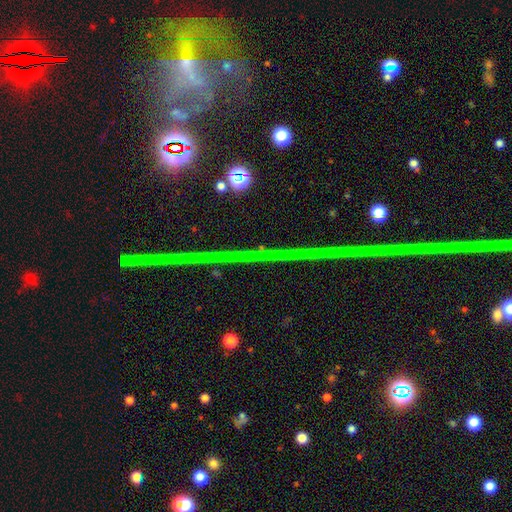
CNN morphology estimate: Smooth or featured? Predicted: star or artifact (p=0.79).